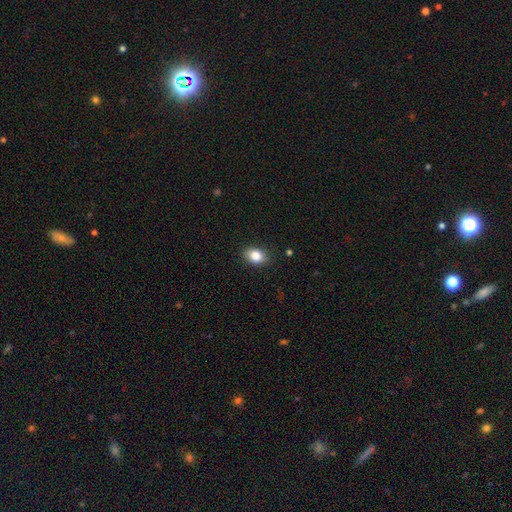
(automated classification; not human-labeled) This is clearly a smooth galaxy (85%). How rounded: likely in between (75%). Merging: clearly none (87%).